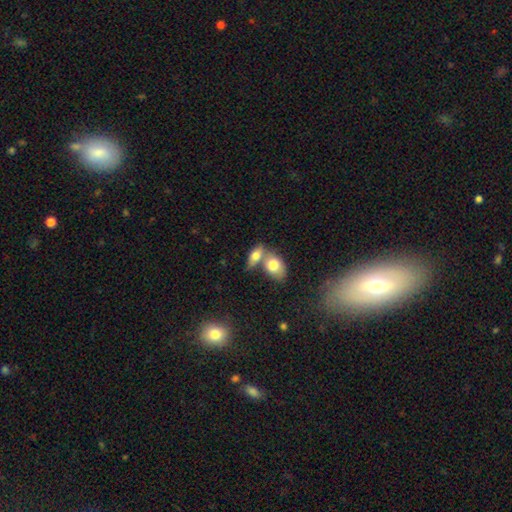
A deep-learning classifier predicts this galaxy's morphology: A smooth galaxy with no disk features (73%) that is in between round and cigar-shaped (83%). Merging: merger (58%).